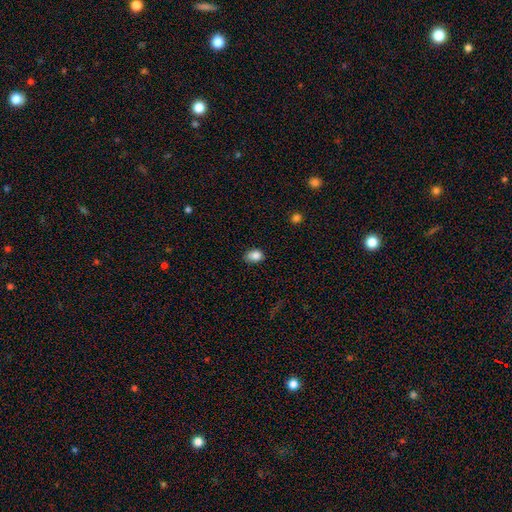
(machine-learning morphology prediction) Smooth or featured?
  - smooth: 85% *
  - star or artifact: 10%
  - featured or disk: 6%
How rounded?
  - in between: 70% *
  - round: 29%
  - cigar-shaped: 1%
Merging?
  - none: 64% *
  - minor disturbance: 29%
  - major disturbance: 6%
  - merger: 2%